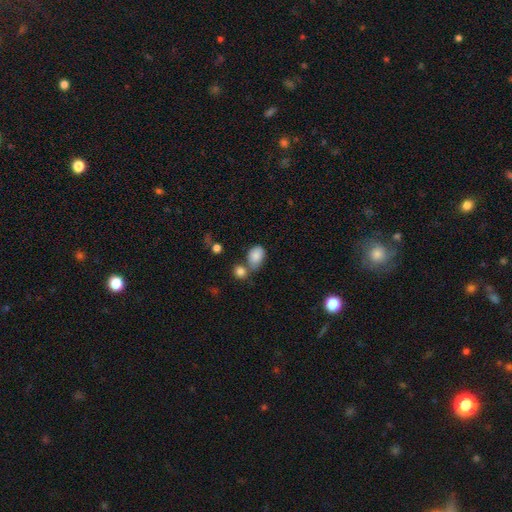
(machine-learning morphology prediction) Smooth or featured?
  - smooth: 85% *
  - star or artifact: 8%
  - featured or disk: 7%
How rounded?
  - in between: 81% *
  - round: 18%
  - cigar-shaped: 1%
Merging?
  - none: 45% *
  - merger: 33%
  - minor disturbance: 16%
  - major disturbance: 6%